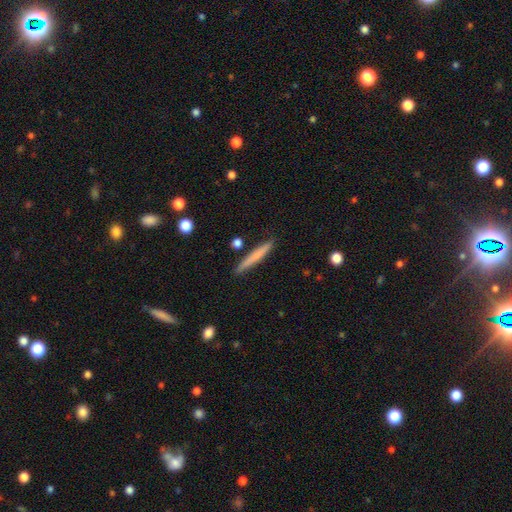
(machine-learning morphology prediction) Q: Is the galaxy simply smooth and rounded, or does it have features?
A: smooth — 69%.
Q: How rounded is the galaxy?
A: cigar-shaped — 96%.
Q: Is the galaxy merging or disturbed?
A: none — 87%.